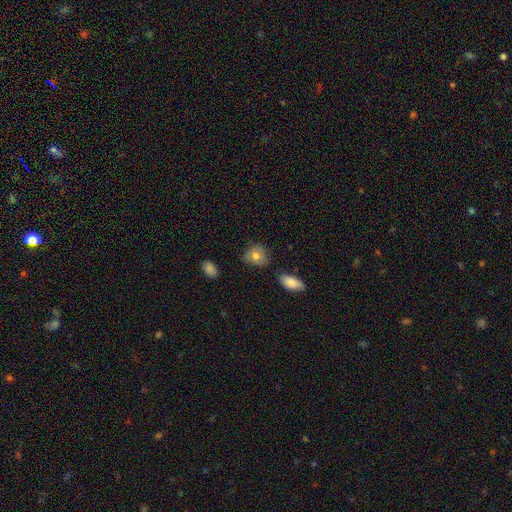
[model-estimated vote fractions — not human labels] Smooth or featured?
  - smooth: 75% *
  - featured or disk: 17%
  - star or artifact: 9%
How rounded?
  - round: 62% *
  - in between: 37%
  - cigar-shaped: 1%
Merging?
  - none: 65% *
  - minor disturbance: 25%
  - major disturbance: 6%
  - merger: 4%